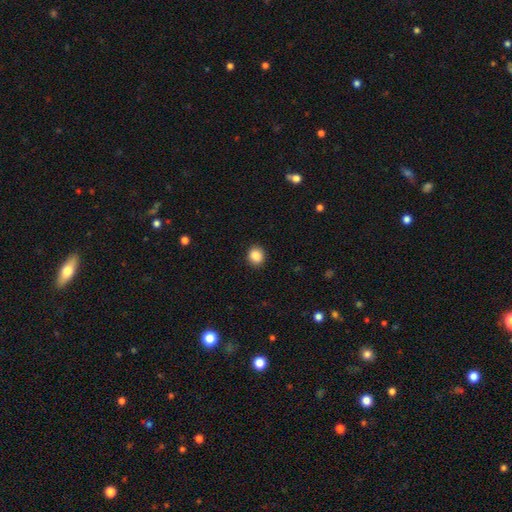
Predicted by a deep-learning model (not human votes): Smooth or featured?
  - smooth: 88% *
  - star or artifact: 9%
  - featured or disk: 3%
How rounded?
  - round: 79% *
  - in between: 20%
  - cigar-shaped: 1%
Merging?
  - none: 90% *
  - minor disturbance: 7%
  - major disturbance: 2%
  - merger: 1%